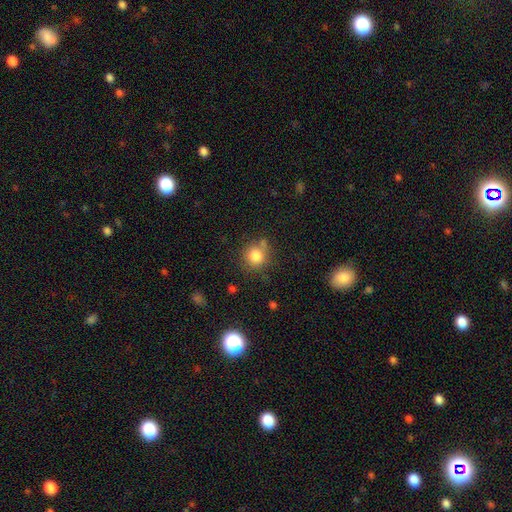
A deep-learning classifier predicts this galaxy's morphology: The model was most divided on "merging": none: 69%, minor disturbance: 15%, merger: 11%, major disturbance: 5%. More confident: how rounded — round (86%); smooth or featured — smooth (81%).